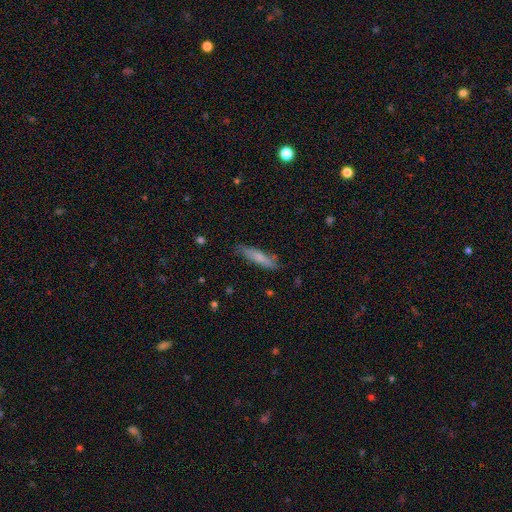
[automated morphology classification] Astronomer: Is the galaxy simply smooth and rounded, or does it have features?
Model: smooth — 64%.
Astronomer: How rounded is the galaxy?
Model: cigar-shaped — 86%.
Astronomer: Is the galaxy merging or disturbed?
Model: none — 84%.